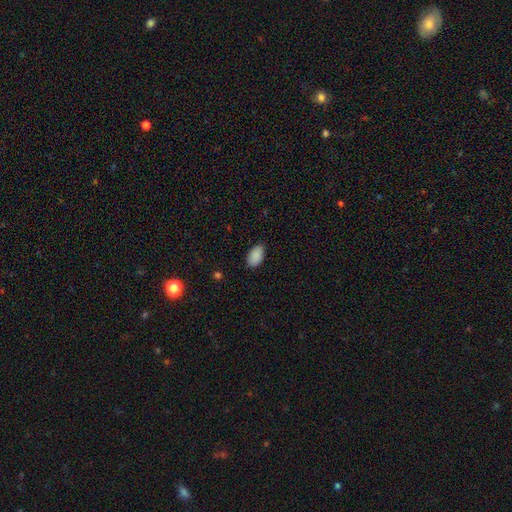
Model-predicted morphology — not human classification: A smooth galaxy with no disk features (90%) that is in between round and cigar-shaped (93%).

Vote fractions:
- Smooth or featured? smooth: 90% / star or artifact: 7% / featured or disk: 3%
- How rounded? in between: 93% / round: 6% / cigar-shaped: 1%
- Merging? none: 83% / minor disturbance: 14% / major disturbance: 3% / merger: 1%